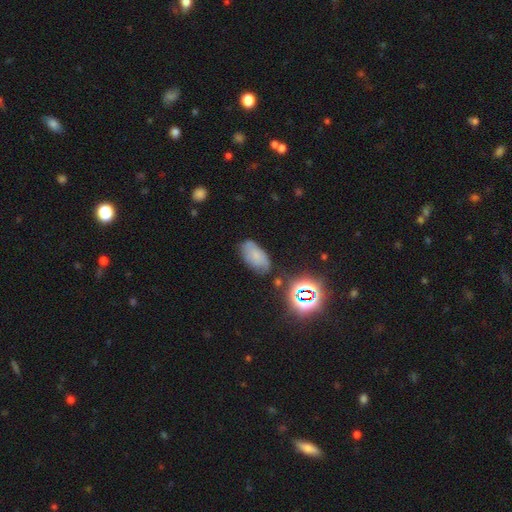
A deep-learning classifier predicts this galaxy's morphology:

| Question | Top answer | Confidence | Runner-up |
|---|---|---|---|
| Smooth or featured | smooth | 60% | featured or disk (20%) |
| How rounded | in between | 92% | round (5%) |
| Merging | none | 69% | minor disturbance (21%) |